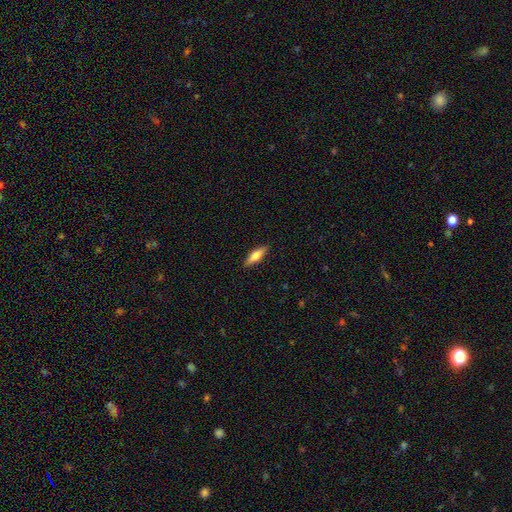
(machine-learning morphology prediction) A smooth galaxy with no disk features (68%) that is cigar-shaped (54%). Merging: none (89%).